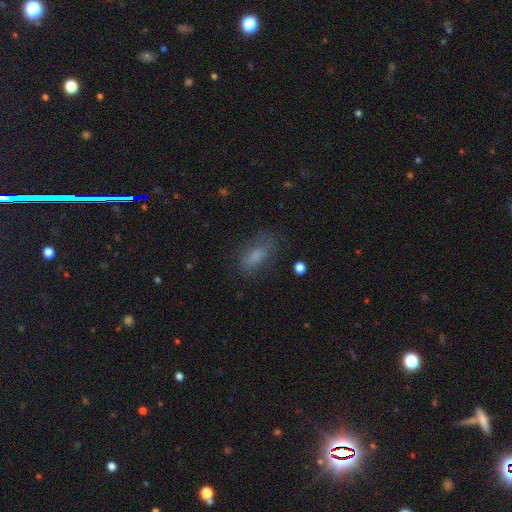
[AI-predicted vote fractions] smooth_or_featured: smooth (p=0.72) [alt: featured or disk p=0.16]
how_rounded: in between (p=0.81) [alt: cigar-shaped p=0.14]
merging: none (p=0.64) [alt: minor disturbance p=0.21]